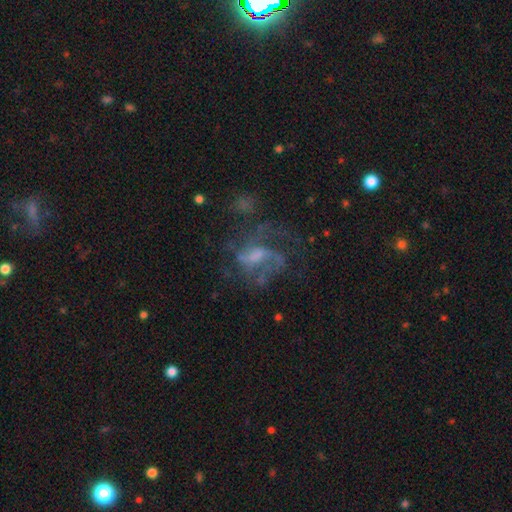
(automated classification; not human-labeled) The model was most divided on "spiral winding" (2-way tie): loose: 42%, medium: 42%, tight: 15%. Remaining: edge-on disk — no (97%); spiral arms — yes (74%); smooth or featured — featured or disk (73%); bar — weak (46%); merging — none (41%); bulge size — moderate (35%); spiral arm count — 2 (32%).